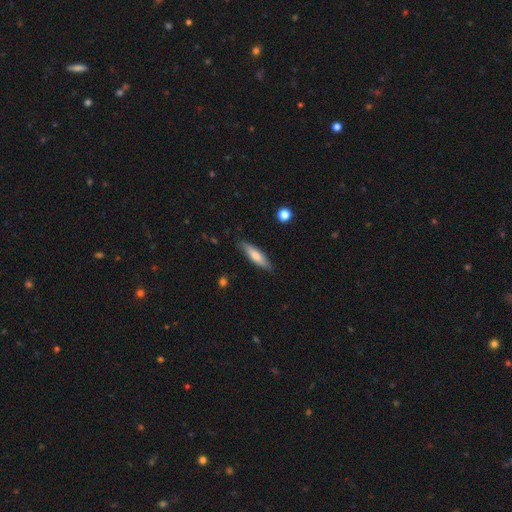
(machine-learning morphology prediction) type=smooth (71%); roundness=cigar-shaped (73%); merging=none (85%).